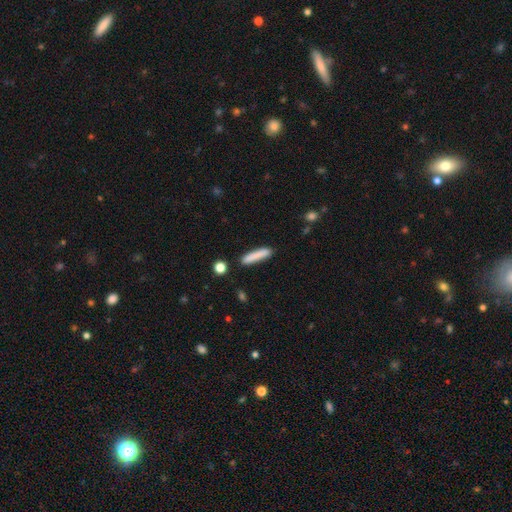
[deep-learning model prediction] Overall: smooth (83%). How rounded: cigar-shaped (89%). Merging: none (84%).